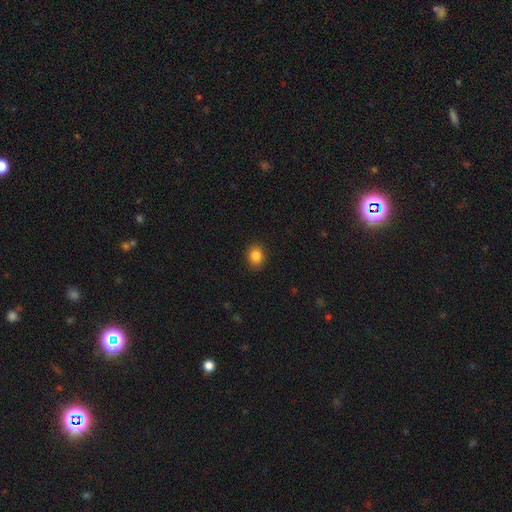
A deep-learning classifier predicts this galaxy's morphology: smooth-or-featured: smooth: 86% | star or artifact: 10% | featured or disk: 4%
  how-rounded: round: 61% | in between: 38% | cigar-shaped: 1%
  merging: none: 89% | minor disturbance: 8% | major disturbance: 2% | merger: 1%